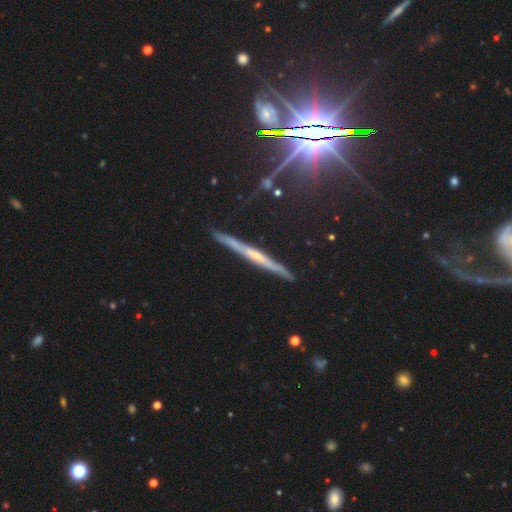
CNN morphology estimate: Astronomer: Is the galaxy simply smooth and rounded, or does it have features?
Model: featured or disk — 67%.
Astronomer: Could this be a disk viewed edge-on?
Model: yes — 97%.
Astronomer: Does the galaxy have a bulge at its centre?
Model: none — 51% (runner-up: rounded, 40%).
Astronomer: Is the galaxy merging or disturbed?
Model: none — 88%.